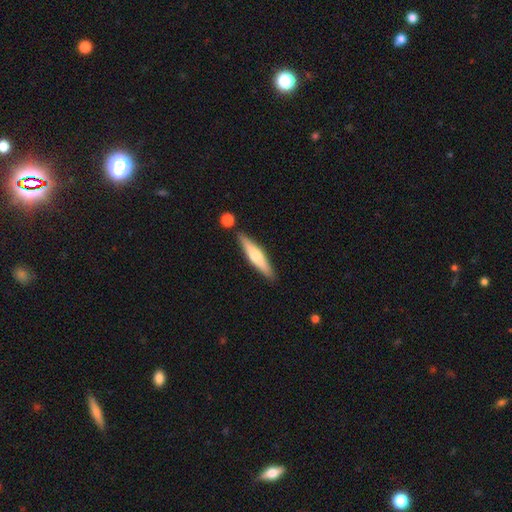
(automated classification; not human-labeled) Smooth or featured? Predicted: smooth (p=0.49). Merging? Predicted: none (p=0.84).